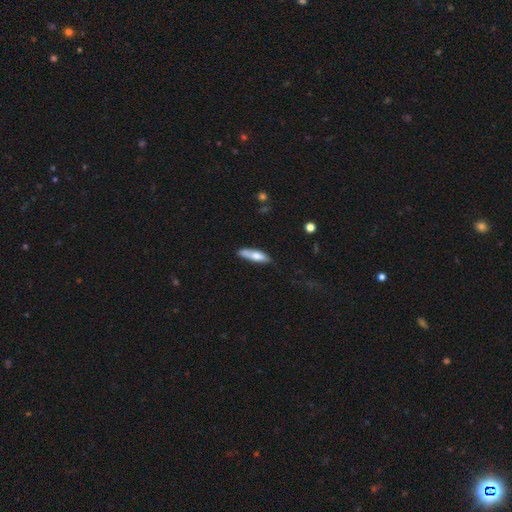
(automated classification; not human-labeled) A smooth galaxy with no disk features (67%) that is cigar-shaped (68%).

Vote fractions:
- Smooth or featured? smooth: 67% / featured or disk: 27% / star or artifact: 6%
- How rounded? cigar-shaped: 68% / in between: 30% / round: 2%
- Merging? none: 65% / minor disturbance: 23% / merger: 7% / major disturbance: 5%